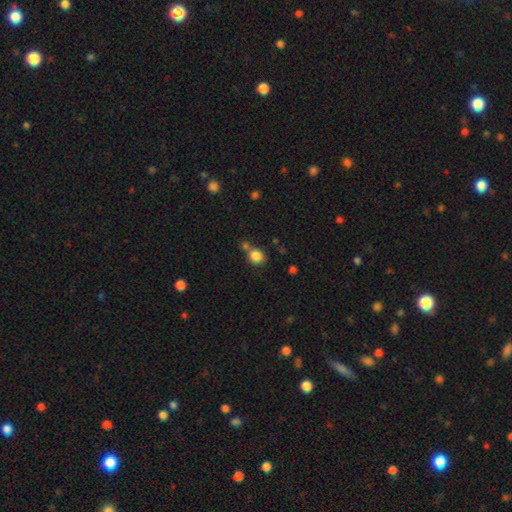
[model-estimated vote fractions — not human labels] Morphology: type=smooth (84%); roundness=round (72%); merging=none (56%).